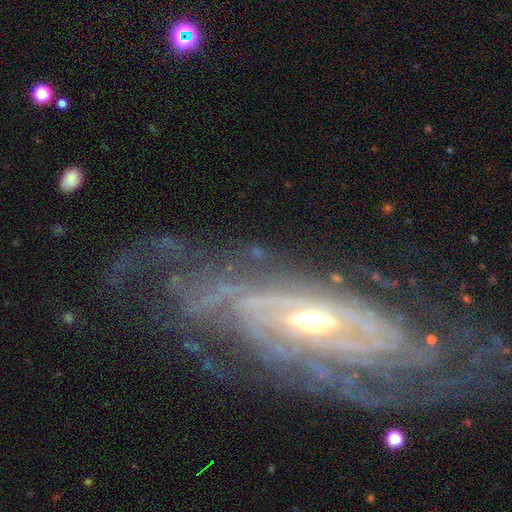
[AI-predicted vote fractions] Morphology: type=featured or disk (83%); edge-on=no (81%); bar=no (47%); spiral arms=yes (82%); winding=tight (65%); arm count=can't tell (45%); bulge=moderate (61%); merging=none (58%).